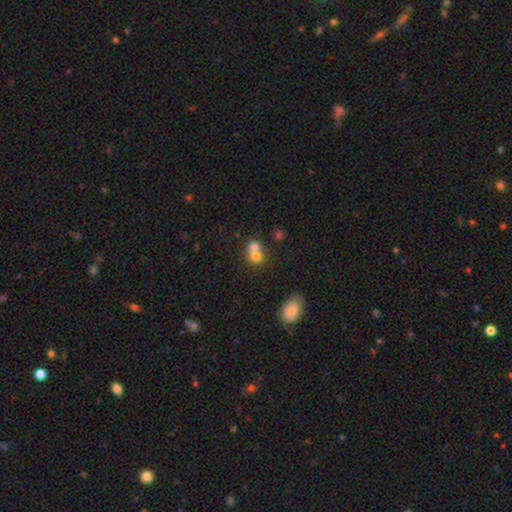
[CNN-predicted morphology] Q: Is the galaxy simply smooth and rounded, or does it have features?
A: smooth — 71%.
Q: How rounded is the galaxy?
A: round — 73%.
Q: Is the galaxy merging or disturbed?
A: merger — 64%.